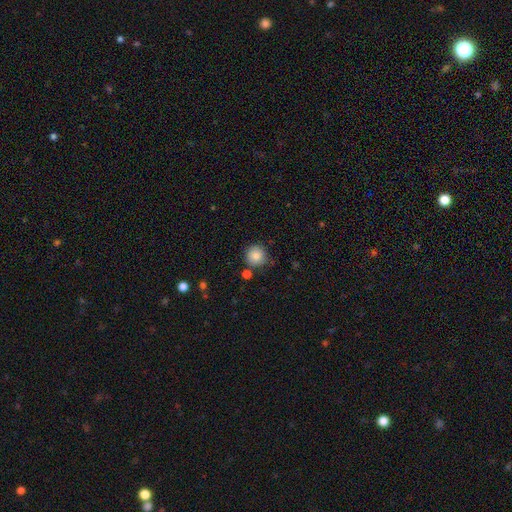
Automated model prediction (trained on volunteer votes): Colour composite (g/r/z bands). It shows a smooth galaxy with no disk features (85%) that is round (94%). Merging: none (80%).